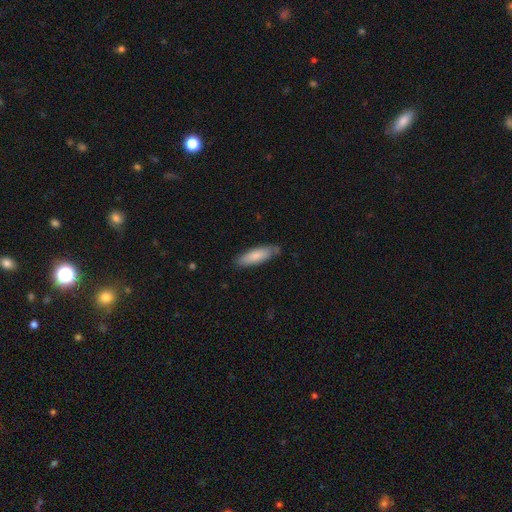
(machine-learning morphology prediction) Smooth or featured?
  - smooth: 81% *
  - featured or disk: 14%
  - star or artifact: 5%
How rounded?
  - cigar-shaped: 52% *
  - in between: 47%
  - round: 1%
Merging?
  - none: 77% *
  - minor disturbance: 18%
  - major disturbance: 3%
  - merger: 2%